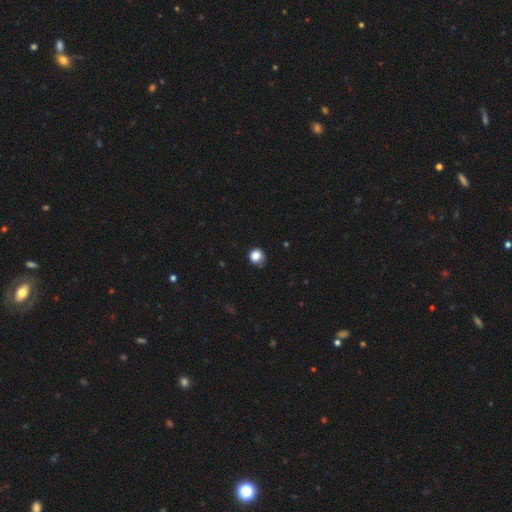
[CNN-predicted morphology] Smooth or featured? smooth (84%)
How rounded? round (89%)
Merging? none (75%)